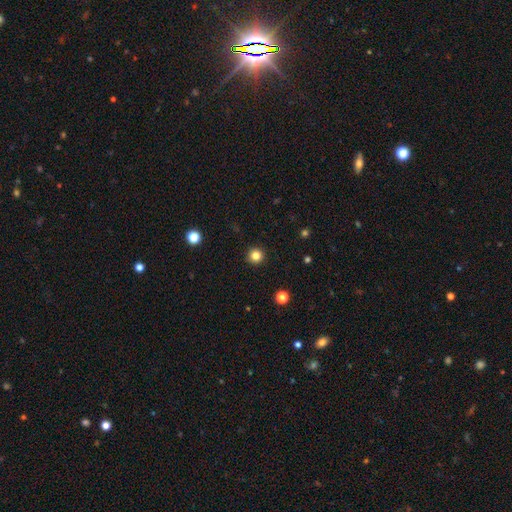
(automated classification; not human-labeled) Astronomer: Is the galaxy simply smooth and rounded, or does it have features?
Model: smooth — 83%.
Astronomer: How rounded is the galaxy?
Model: round — 96%.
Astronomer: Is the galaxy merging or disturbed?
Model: none — 93%.